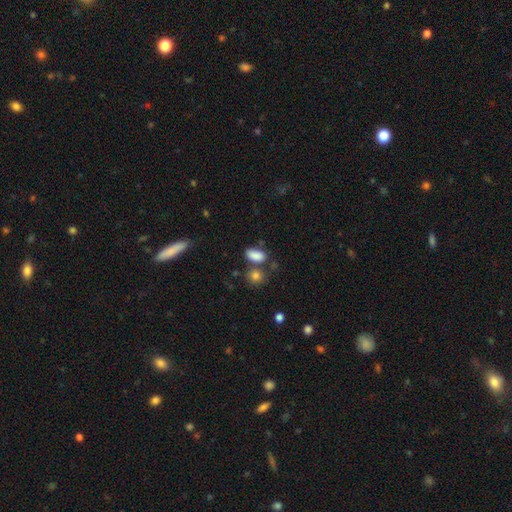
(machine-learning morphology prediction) smooth 85%, star or artifact 9%, featured or disk 6%. Down the decision tree: how rounded — in between (90%); merging — none (59%).